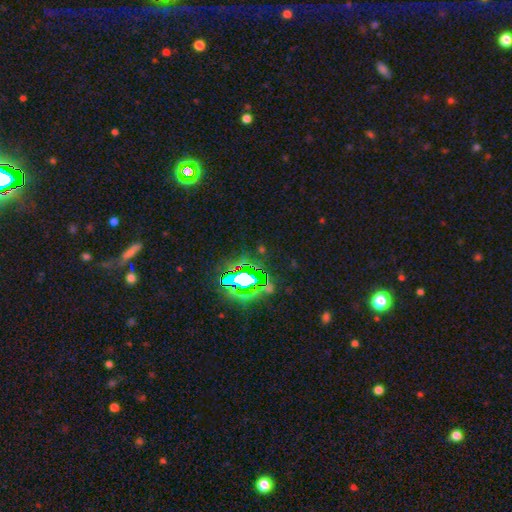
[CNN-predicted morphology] star or artifact 82%, smooth 10%, featured or disk 8%.